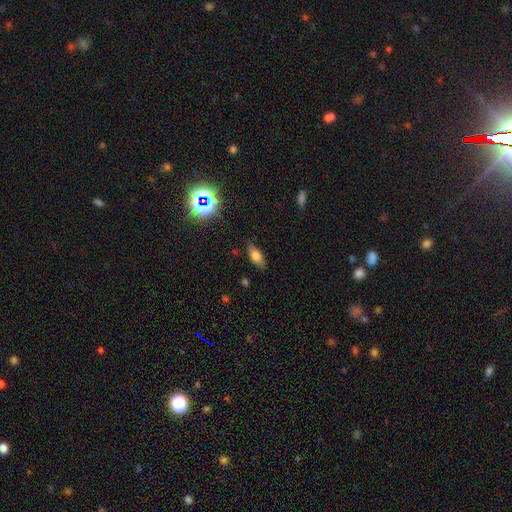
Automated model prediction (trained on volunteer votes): Morphology: type=smooth (67%); roundness=in between (77%); merging=none (83%).